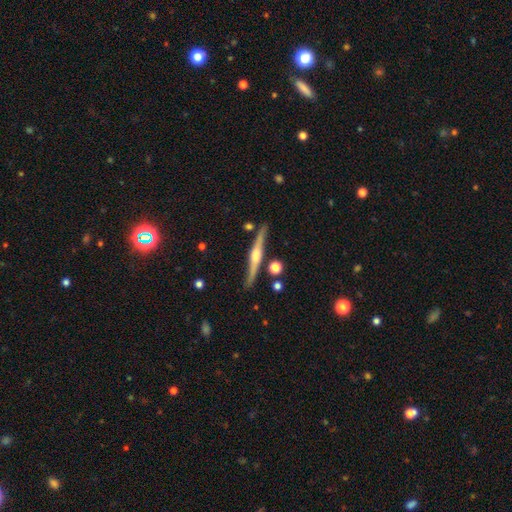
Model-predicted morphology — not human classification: type=featured or disk (82%); edge-on=yes (98%); edge-on bulge=rounded (85%); merging=none (86%).